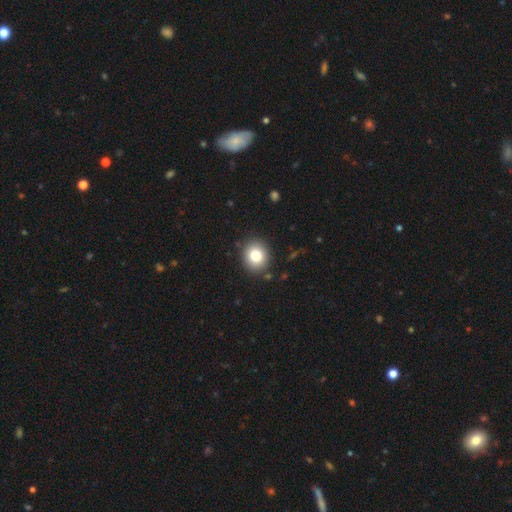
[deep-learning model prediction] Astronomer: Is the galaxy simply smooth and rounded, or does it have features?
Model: smooth — 80%.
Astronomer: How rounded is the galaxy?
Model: round — 71%.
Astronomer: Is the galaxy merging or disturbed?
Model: none — 89%.